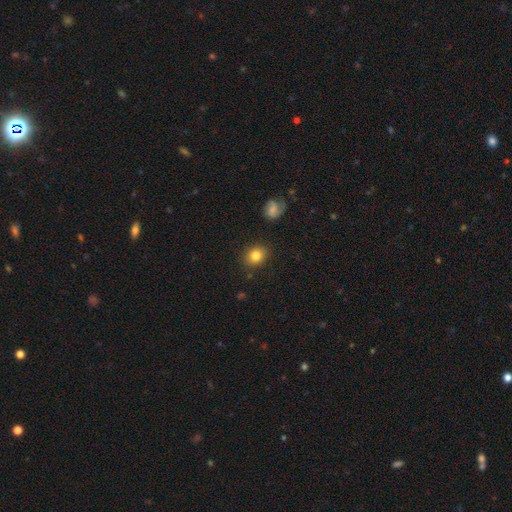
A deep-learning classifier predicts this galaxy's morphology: A smooth galaxy with no disk features (83%) that is round (65%). Merging: none (86%).